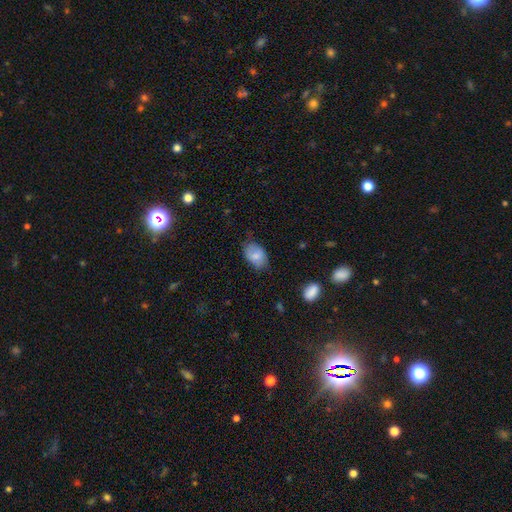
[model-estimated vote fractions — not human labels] Smooth or featured?
  - smooth: 75% *
  - featured or disk: 18%
  - star or artifact: 7%
How rounded?
  - in between: 89% *
  - round: 10%
  - cigar-shaped: 1%
Merging?
  - none: 71% *
  - minor disturbance: 24%
  - major disturbance: 5%
  - merger: 1%